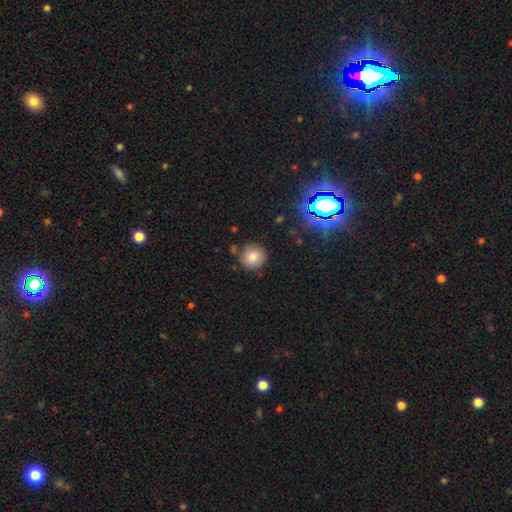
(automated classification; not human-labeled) A smooth galaxy with no disk features (68%) that is round (93%). Merging: none (86%).